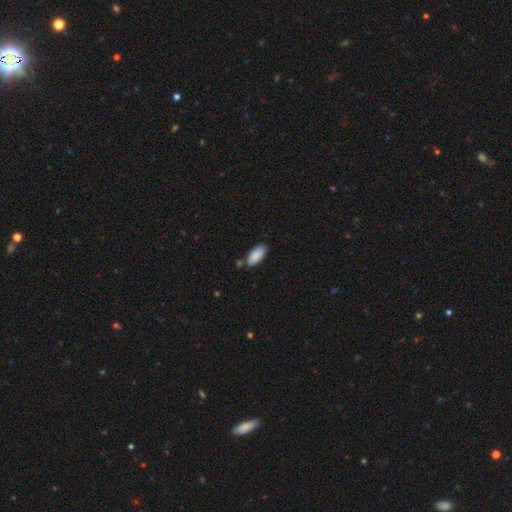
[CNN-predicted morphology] smooth 86%, featured or disk 8%, star or artifact 6%. Down the decision tree: how rounded — in between (92%); merging — none (74%).